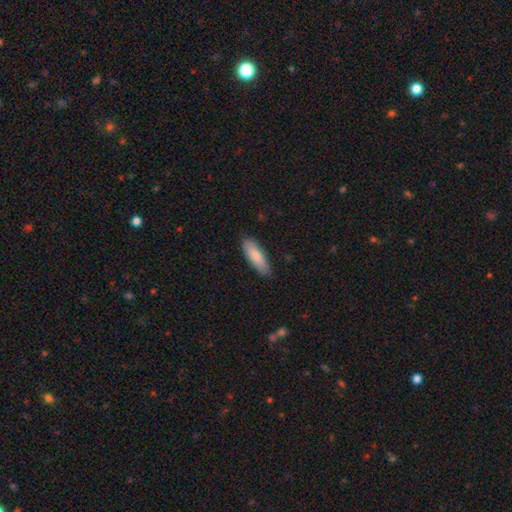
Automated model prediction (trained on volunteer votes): Smooth or featured: smooth — 85% (featured or disk — 10%)
How rounded: in between — 53% (cigar-shaped — 45%)
Merging: none — 87% (minor disturbance — 11%)